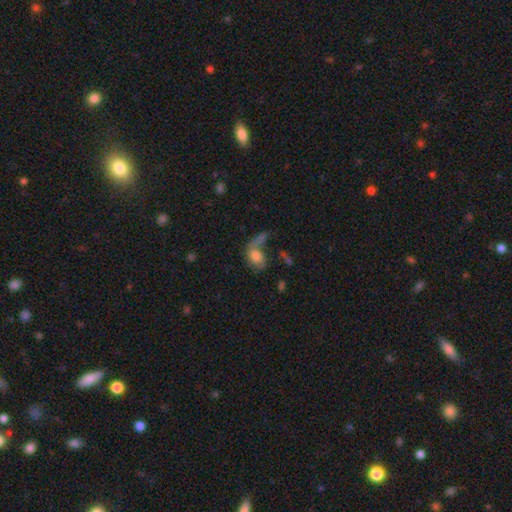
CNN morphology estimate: This is likely a smooth galaxy (67%). How rounded: clearly in between (80%). Merging: marginally none (31%).